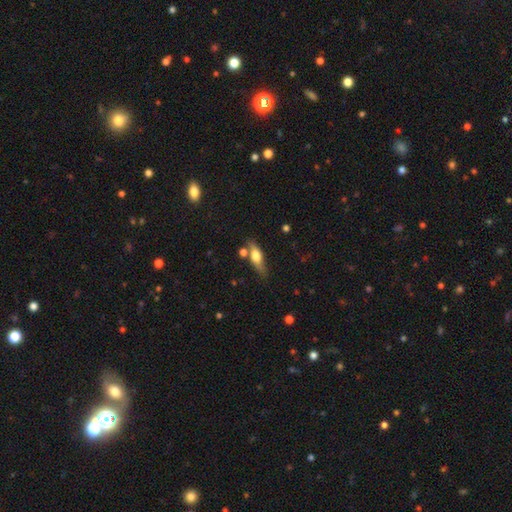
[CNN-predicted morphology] smooth 51%, featured or disk 42%, star or artifact 7%. Down the decision tree: how rounded — in between (51%); merging — none (65%).